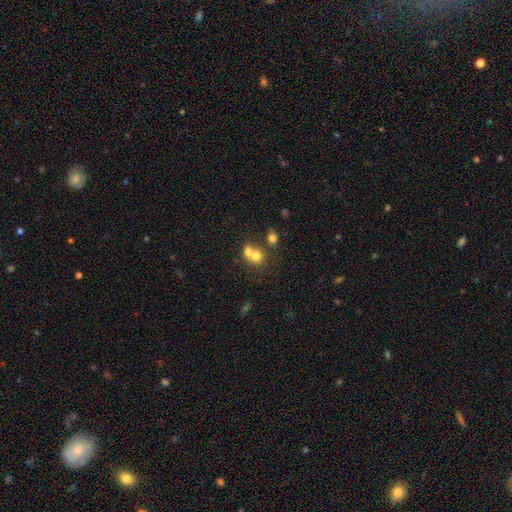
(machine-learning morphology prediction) Overall: smooth (71%). How rounded: round (76%). Merging: merger (59%; none 32%).